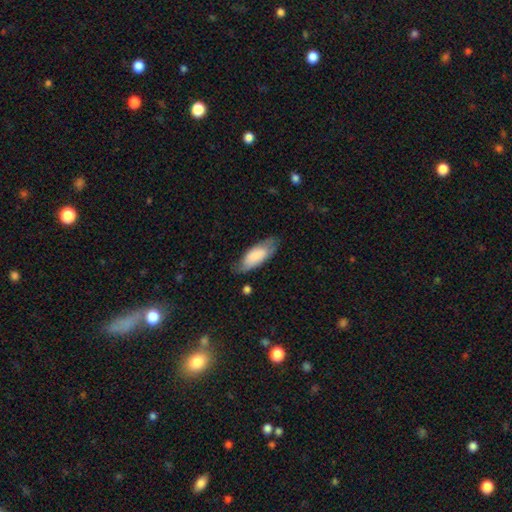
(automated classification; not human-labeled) Smooth or featured? Predicted: smooth (p=0.75). How rounded? Predicted: in between (p=0.82). Merging? Predicted: none (p=0.62).